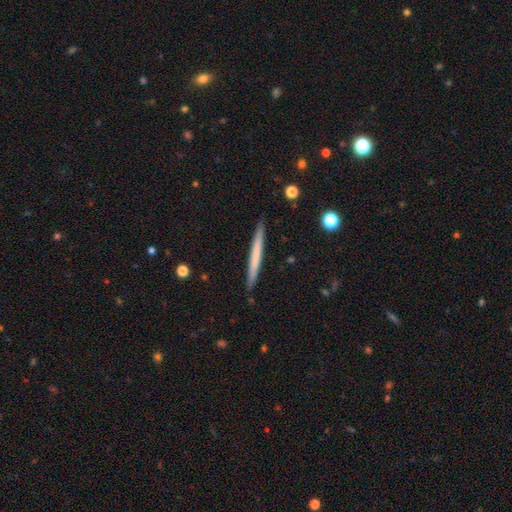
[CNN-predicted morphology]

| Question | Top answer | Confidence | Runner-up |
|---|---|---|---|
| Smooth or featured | smooth | 58% | featured or disk (36%) |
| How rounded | cigar-shaped | 97% | in between (2%) |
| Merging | none | 91% | minor disturbance (7%) |